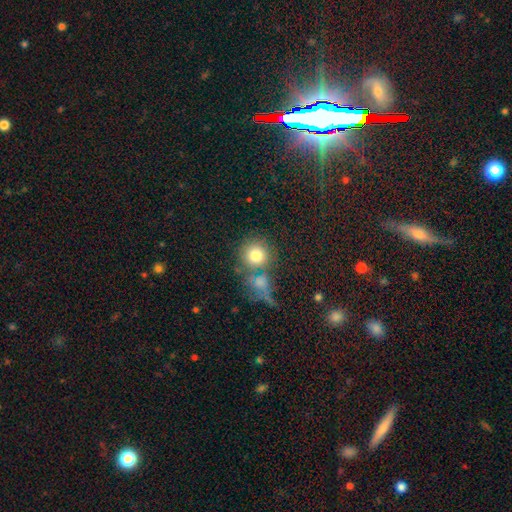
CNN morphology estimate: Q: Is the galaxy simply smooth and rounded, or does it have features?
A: smooth — 79%.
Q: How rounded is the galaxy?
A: round — 90%.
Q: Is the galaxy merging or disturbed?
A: none — 59%.